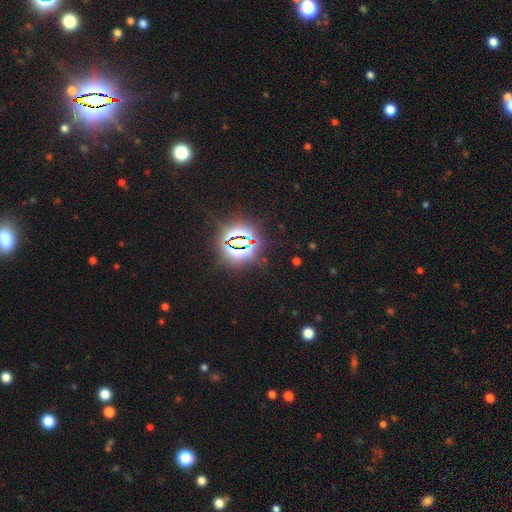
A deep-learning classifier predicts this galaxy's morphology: Smooth or featured? Predicted: star or artifact (p=0.84).